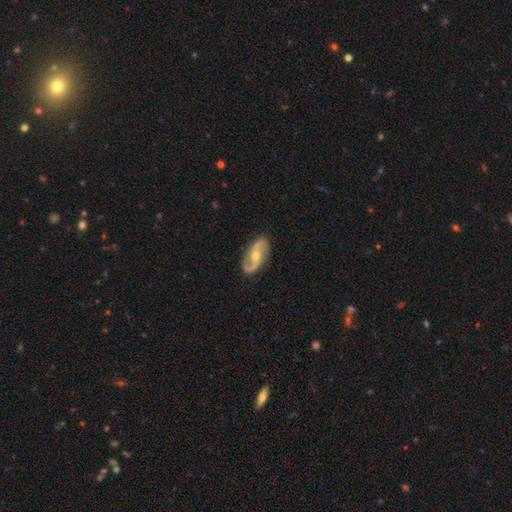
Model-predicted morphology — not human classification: smooth_or_featured: featured or disk (p=0.87) [alt: smooth p=0.09]
disk_edge_on: no (p=0.96) [alt: yes p=0.04]
bar: no (p=0.50) [alt: weak p=0.38]
has_spiral_arms: yes (p=0.96) [alt: no p=0.04]
spiral_winding: loose (p=0.52) [alt: medium p=0.38]
spiral_arm_count: 2 (p=0.93) [alt: can't tell p=0.02]
bulge_size: moderate (p=0.58) [alt: small p=0.37]
merging: none (p=0.85) [alt: minor disturbance p=0.11]